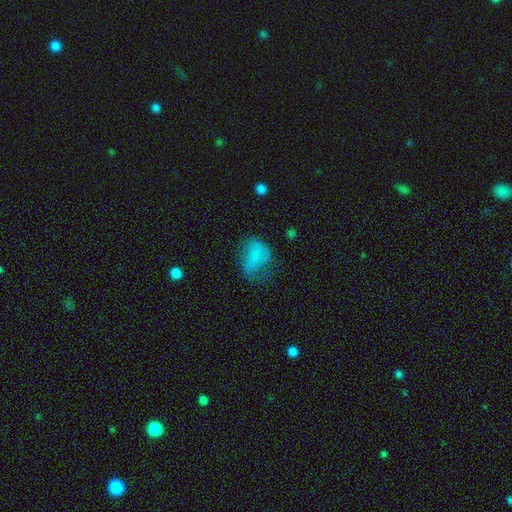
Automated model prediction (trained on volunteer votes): The model was most divided on "merging": major disturbance: 37%, none: 31%, minor disturbance: 29%, merger: 3%. More confident: how rounded — in between (73%); smooth or featured — smooth (66%).